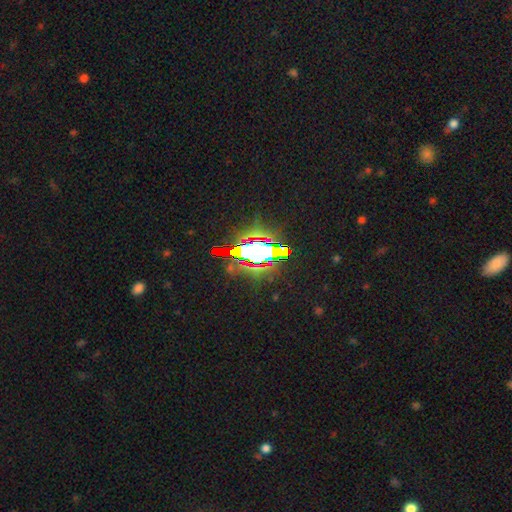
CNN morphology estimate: Smooth or featured?
  - star or artifact: 69% *
  - smooth: 18%
  - featured or disk: 12%